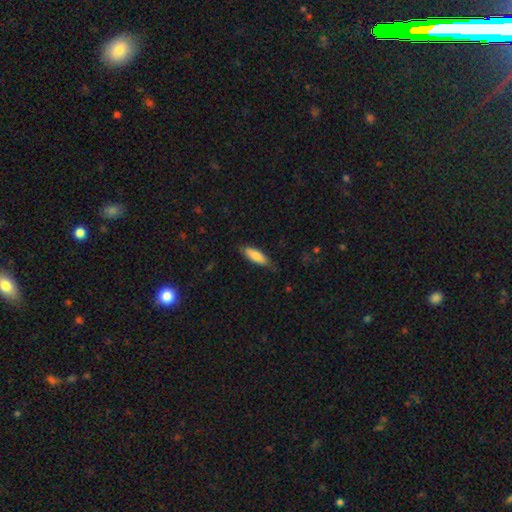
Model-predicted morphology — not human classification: The model was most divided on "how rounded": in between: 61%, cigar-shaped: 37%, round: 2%. More confident: smooth or featured — smooth (83%); merging — none (73%).